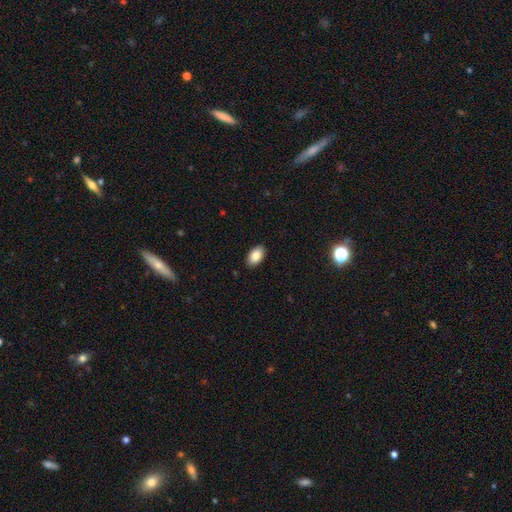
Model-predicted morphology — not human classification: smooth 87%, star or artifact 7%, featured or disk 6%. Down the decision tree: how rounded — in between (94%); merging — none (89%).